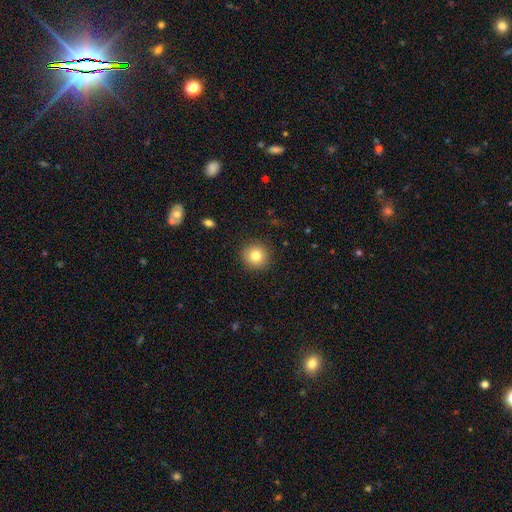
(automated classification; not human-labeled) Smooth or featured? Predicted: smooth (p=0.81). How rounded? Predicted: round (p=0.93). Merging? Predicted: none (p=0.91).